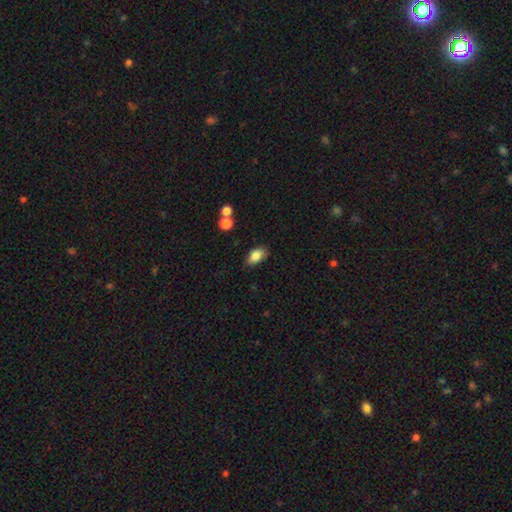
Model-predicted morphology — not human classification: Q: Smooth or featured?
A: smooth (84%); runner-up: featured or disk (8%)
Q: How rounded?
A: in between (90%); runner-up: round (7%)
Q: Merging?
A: none (76%); runner-up: minor disturbance (17%)